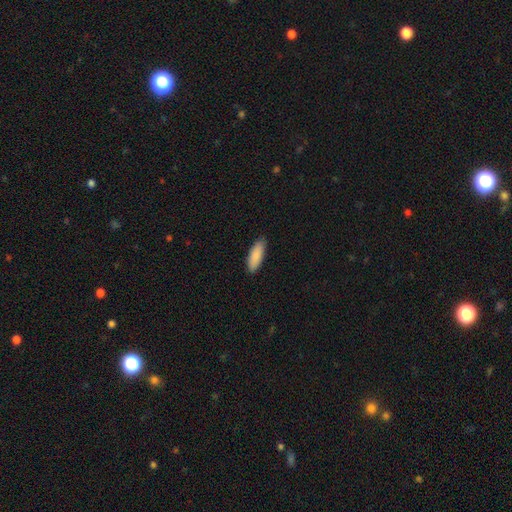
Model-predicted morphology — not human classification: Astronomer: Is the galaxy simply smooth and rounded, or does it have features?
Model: smooth — 89%.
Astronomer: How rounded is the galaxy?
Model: in between — 63%.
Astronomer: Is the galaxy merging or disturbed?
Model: none — 87%.